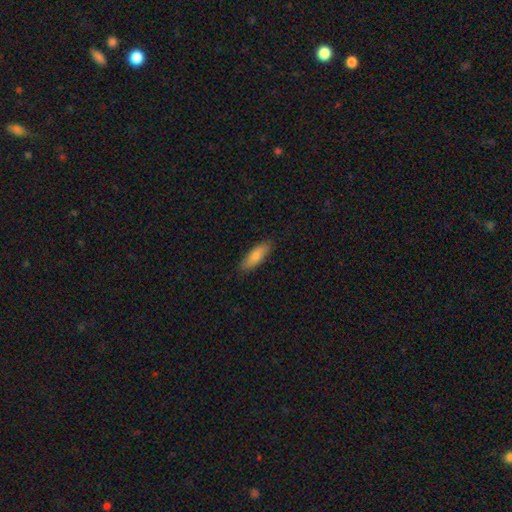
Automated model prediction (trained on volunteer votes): A smooth galaxy with no disk features (77%) that is in between round and cigar-shaped (58%).

Vote fractions:
- Smooth or featured? smooth: 77% / featured or disk: 17% / star or artifact: 6%
- How rounded? in between: 58% / cigar-shaped: 40% / round: 2%
- Merging? none: 87% / minor disturbance: 10% / major disturbance: 2% / merger: 1%